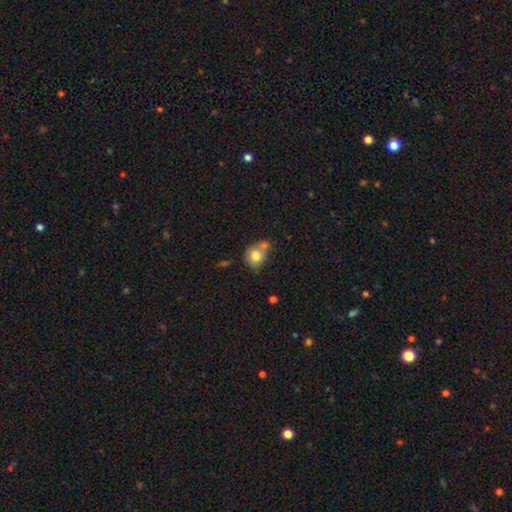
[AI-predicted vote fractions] Overall: smooth (76%). How rounded: round (58%; in between 41%). Merging: none (39%; merger 33%).